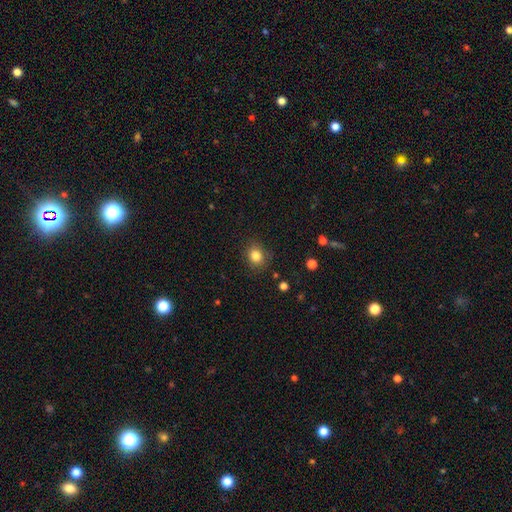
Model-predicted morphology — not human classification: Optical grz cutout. It shows a smooth galaxy with no disk features (83%) that is round (71%). Merging: none (83%).